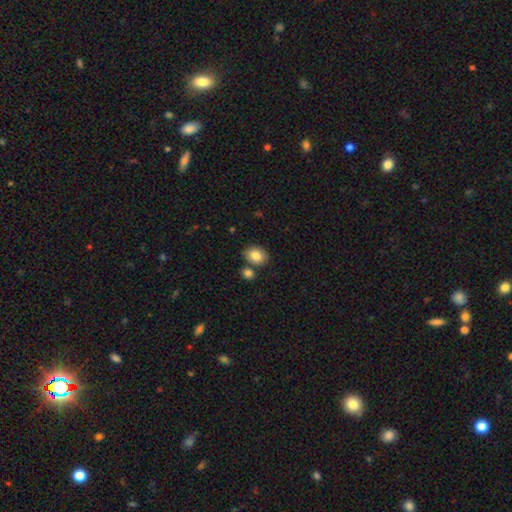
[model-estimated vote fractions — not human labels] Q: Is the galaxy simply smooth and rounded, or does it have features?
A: smooth — 84%.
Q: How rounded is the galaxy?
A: in between — 63%.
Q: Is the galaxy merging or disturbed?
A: none — 73%.